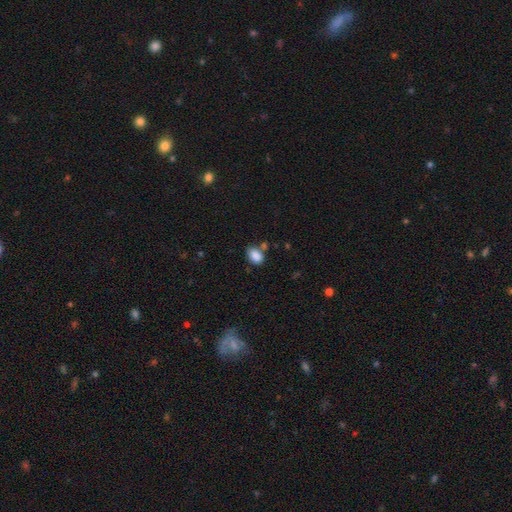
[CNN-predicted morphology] smooth-or-featured: smooth: 87% | star or artifact: 9% | featured or disk: 5%
  how-rounded: in between: 80% | round: 19% | cigar-shaped: 1%
  merging: none: 64% | minor disturbance: 18% | merger: 13% | major disturbance: 5%